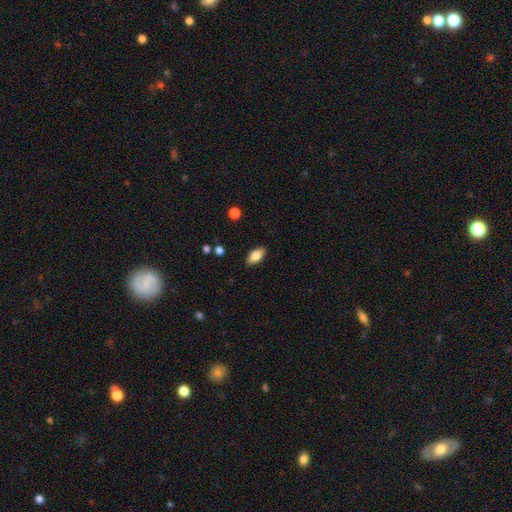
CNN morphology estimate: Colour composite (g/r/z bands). It shows a smooth galaxy with no disk features (80%) that is in between round and cigar-shaped (89%). Merging: none (87%).